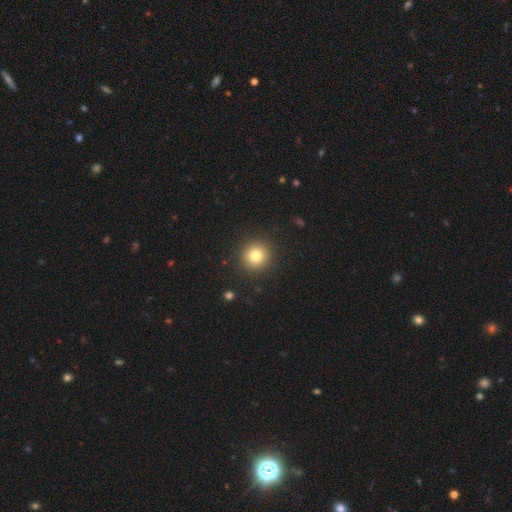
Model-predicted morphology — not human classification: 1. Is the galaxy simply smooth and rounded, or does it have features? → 80% smooth, 12% star or artifact, 8% featured or disk.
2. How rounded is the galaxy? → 92% round, 7% in between, 1% cigar-shaped.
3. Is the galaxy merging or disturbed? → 91% none, 5% minor disturbance, 2% major disturbance, 1% merger.